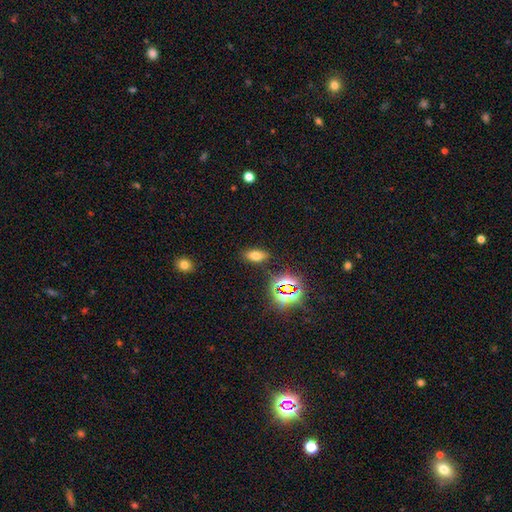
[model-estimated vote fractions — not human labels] smooth-or-featured: smooth: 65% | star or artifact: 24% | featured or disk: 11%
  how-rounded: in between: 84% | cigar-shaped: 8% | round: 7%
  merging: none: 85% | minor disturbance: 10% | major disturbance: 3% | merger: 2%